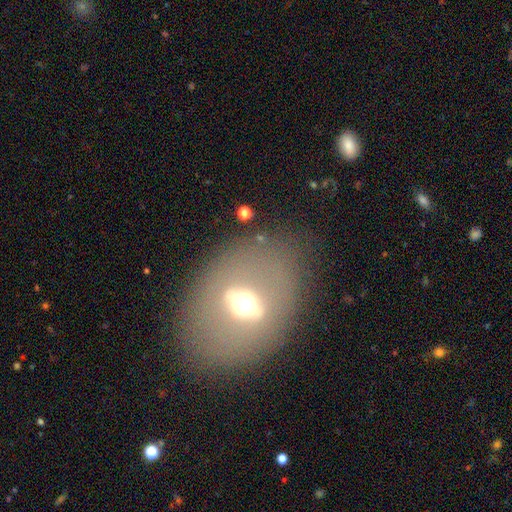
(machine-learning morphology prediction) Smooth or featured?
  - smooth: 46% *
  - featured or disk: 40%
  - star or artifact: 14%
Merging?
  - none: 82% *
  - minor disturbance: 11%
  - major disturbance: 5%
  - merger: 2%